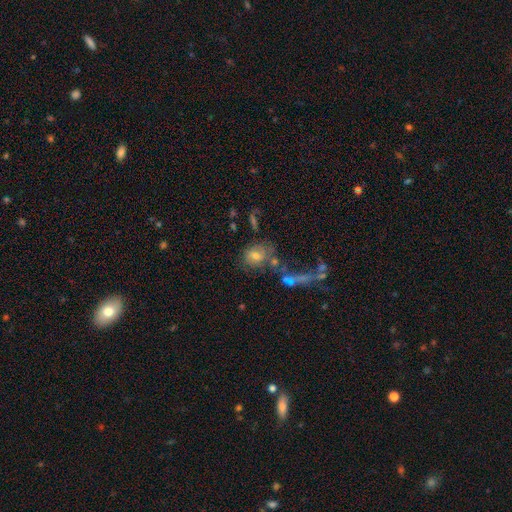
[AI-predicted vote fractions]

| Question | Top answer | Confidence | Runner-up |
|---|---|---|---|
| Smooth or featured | smooth | 60% | featured or disk (27%) |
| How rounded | round | 51% | in between (46%) |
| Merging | none | 45% | merger (24%) |